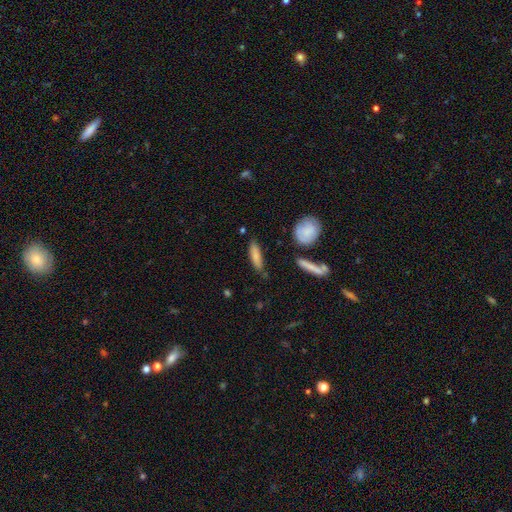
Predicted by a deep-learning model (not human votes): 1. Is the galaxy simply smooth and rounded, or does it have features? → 79% smooth, 14% featured or disk, 7% star or artifact.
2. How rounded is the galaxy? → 68% cigar-shaped, 30% in between, 2% round.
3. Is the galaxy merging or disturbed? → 74% none, 17% minor disturbance, 5% merger, 4% major disturbance.